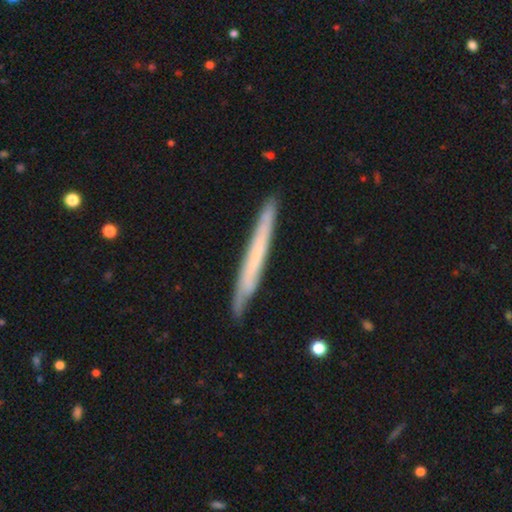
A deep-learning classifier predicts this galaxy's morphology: Q: Smooth or featured?
A: featured or disk (49%); runner-up: smooth (45%)
Q: Merging?
A: none (87%); runner-up: minor disturbance (10%)